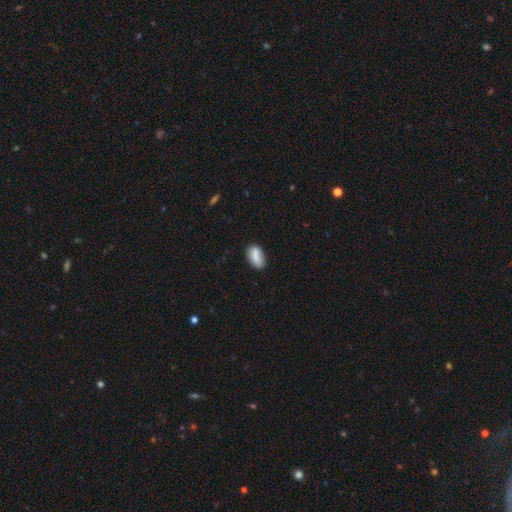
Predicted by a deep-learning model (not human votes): smooth-or-featured: smooth: 81% | featured or disk: 11% | star or artifact: 7%
  how-rounded: in between: 89% | cigar-shaped: 6% | round: 5%
  merging: none: 75% | minor disturbance: 18% | major disturbance: 4% | merger: 3%